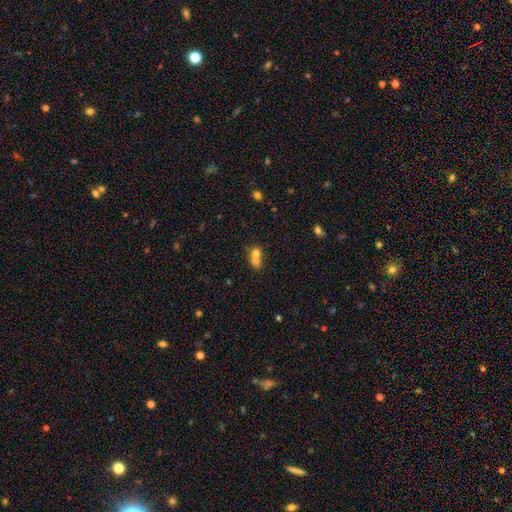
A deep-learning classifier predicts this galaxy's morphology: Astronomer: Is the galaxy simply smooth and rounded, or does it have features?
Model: smooth — 69%.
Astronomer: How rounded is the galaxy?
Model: round — 59% (runner-up: in between, 39%).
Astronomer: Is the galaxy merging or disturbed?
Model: merger — 69%.